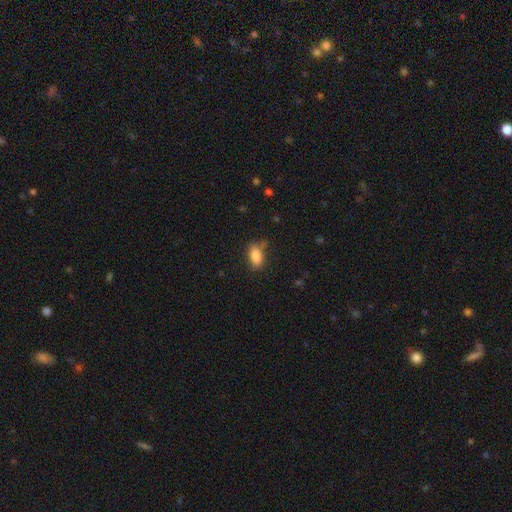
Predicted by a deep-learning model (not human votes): This appears to be a smooth galaxy with no disk features (84%) that is in between round and cigar-shaped (87%). Merging: none (70%).